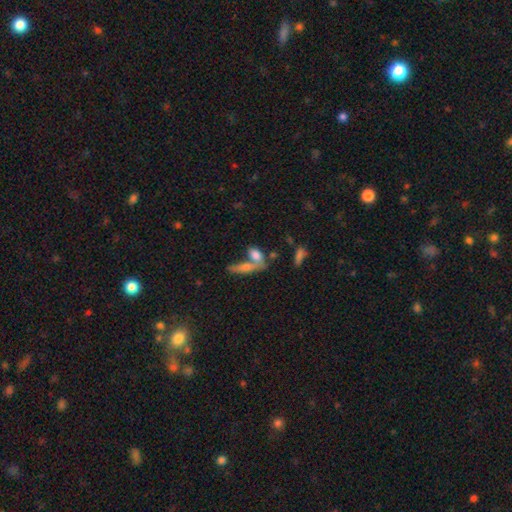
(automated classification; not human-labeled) smooth 71%, featured or disk 20%, star or artifact 9%. Down the decision tree: how rounded — in between (73%); merging — merger (44%).